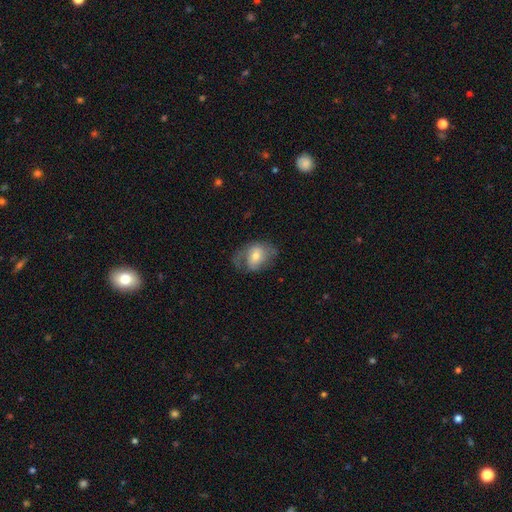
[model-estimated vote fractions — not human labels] A smooth galaxy with no disk features (50%) that is in between round and cigar-shaped (71%). Merging: none (46%).